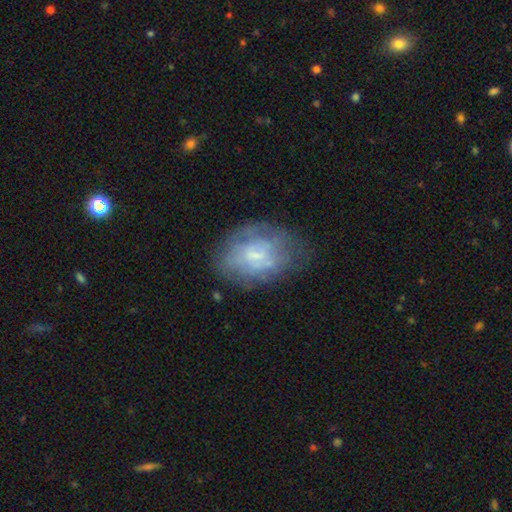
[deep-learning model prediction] Smooth or featured? Predicted: featured or disk (p=0.53). Edge-on disk? Predicted: no (p=0.96). Bar? Predicted: no (p=0.62). Spiral arms? Predicted: no (p=0.57). Bulge size? Predicted: small (p=0.52). Merging? Predicted: none (p=0.58).